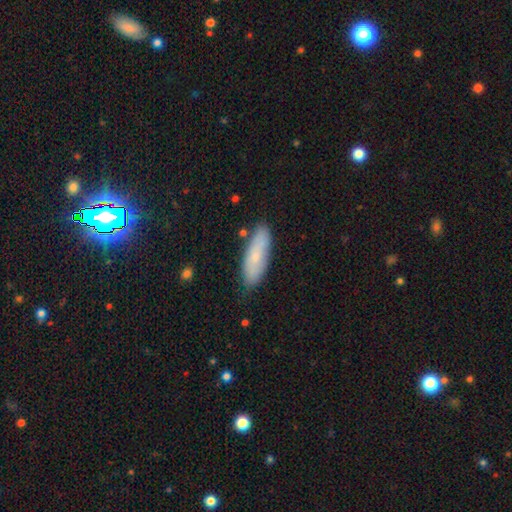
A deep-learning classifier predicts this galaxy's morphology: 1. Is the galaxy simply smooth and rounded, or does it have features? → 71% smooth, 22% featured or disk, 7% star or artifact.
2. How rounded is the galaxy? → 60% in between, 38% cigar-shaped, 2% round.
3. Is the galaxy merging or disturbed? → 79% none, 16% minor disturbance, 3% major disturbance, 2% merger.